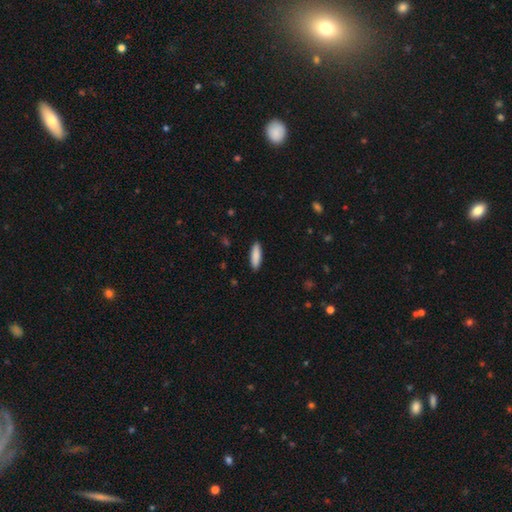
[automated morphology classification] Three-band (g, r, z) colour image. It shows a smooth galaxy with no disk features (88%) that is cigar-shaped (60%). Merging: none (91%).